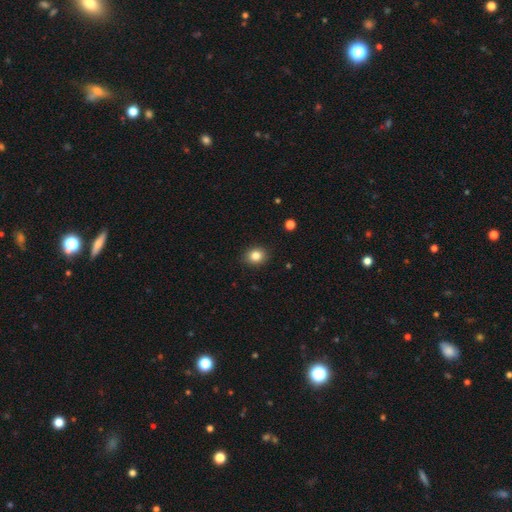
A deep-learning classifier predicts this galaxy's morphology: Smooth or featured?
  - smooth: 84% *
  - star or artifact: 11%
  - featured or disk: 6%
How rounded?
  - round: 63% *
  - in between: 36%
  - cigar-shaped: 1%
Merging?
  - none: 89% *
  - minor disturbance: 8%
  - major disturbance: 2%
  - merger: 1%